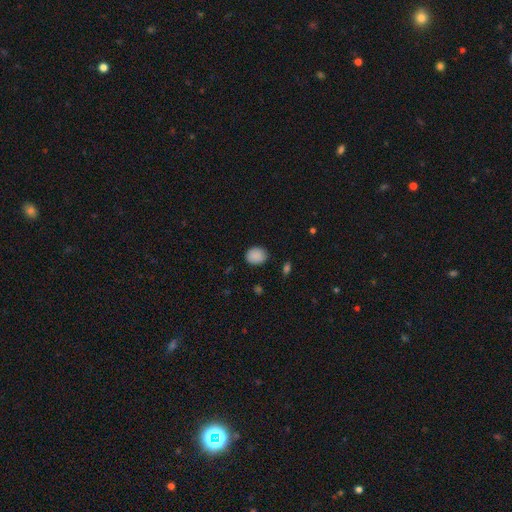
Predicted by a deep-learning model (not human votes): smooth 89%, star or artifact 8%, featured or disk 3%. Down the decision tree: how rounded — round (58%); merging — none (85%).